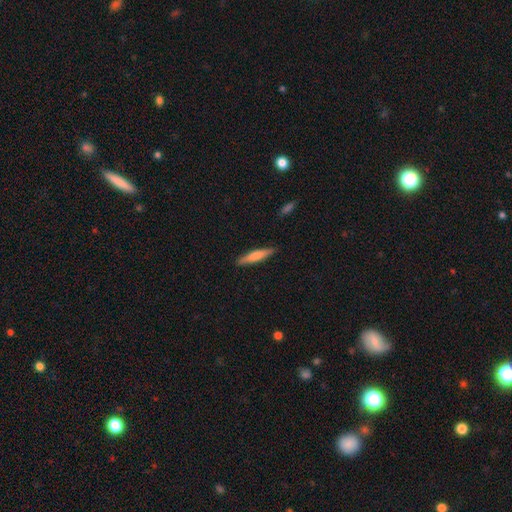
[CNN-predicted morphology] Overall: smooth (71%). How rounded: cigar-shaped (88%). Merging: none (89%).